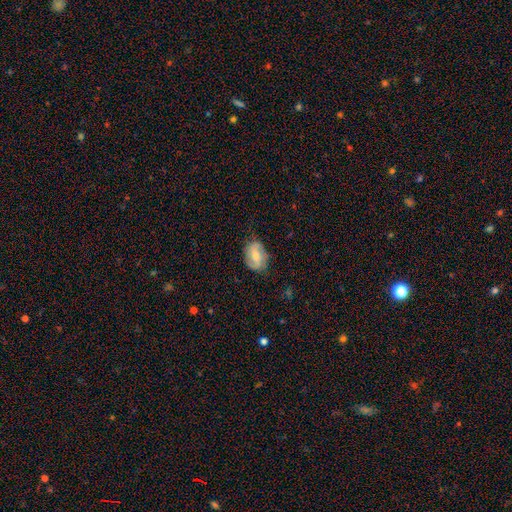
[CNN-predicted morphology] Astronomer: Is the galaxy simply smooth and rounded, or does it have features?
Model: featured or disk — 50% (runner-up: smooth, 43%).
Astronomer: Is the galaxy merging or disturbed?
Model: none — 72%.